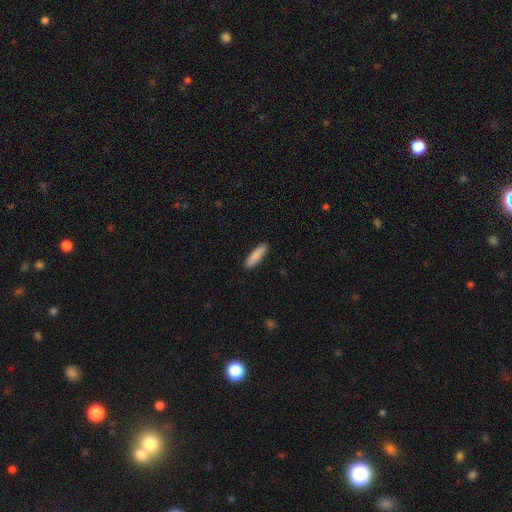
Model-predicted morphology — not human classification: smooth_or_featured: smooth (p=0.88) [alt: featured or disk p=0.06]
how_rounded: cigar-shaped (p=0.65) [alt: in between p=0.33]
merging: none (p=0.89) [alt: minor disturbance p=0.08]